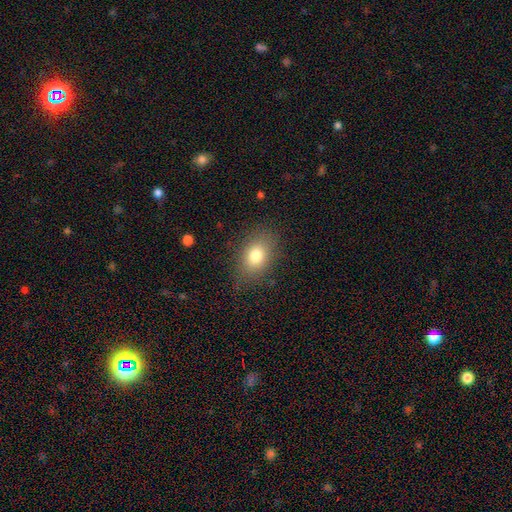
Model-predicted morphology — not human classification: smooth 78%, featured or disk 12%, star or artifact 10%. Down the decision tree: how rounded — in between (79%); merging — none (83%).